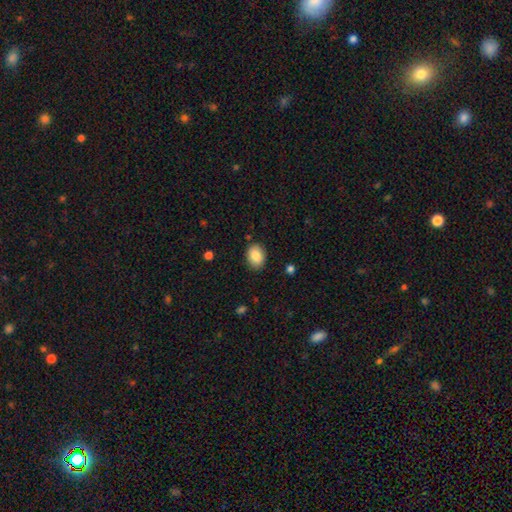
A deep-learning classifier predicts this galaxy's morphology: Q: Smooth or featured?
A: smooth (85%); runner-up: star or artifact (8%)
Q: How rounded?
A: in between (68%); runner-up: round (31%)
Q: Merging?
A: none (86%); runner-up: minor disturbance (10%)